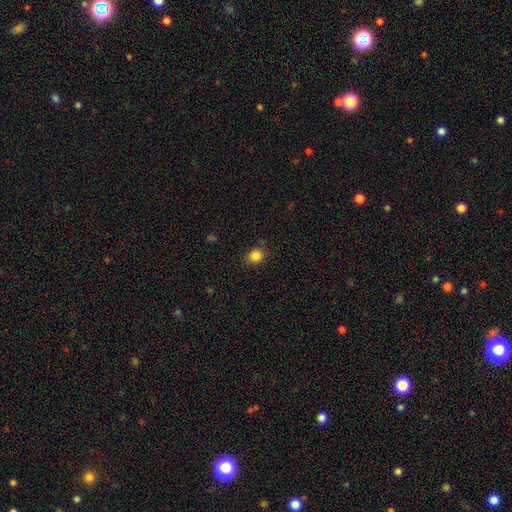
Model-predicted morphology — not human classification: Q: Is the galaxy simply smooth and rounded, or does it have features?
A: smooth — 85%.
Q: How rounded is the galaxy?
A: round — 75%.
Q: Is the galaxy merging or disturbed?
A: none — 88%.